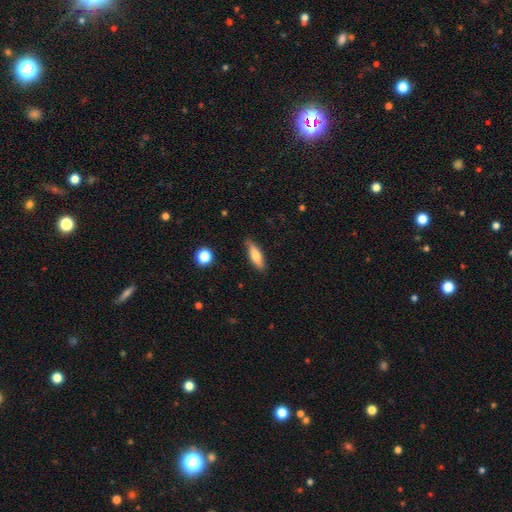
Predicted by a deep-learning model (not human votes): smooth-or-featured: smooth: 68% | featured or disk: 25% | star or artifact: 7%
  how-rounded: cigar-shaped: 50% | in between: 48% | round: 3%
  merging: none: 84% | minor disturbance: 12% | major disturbance: 2% | merger: 2%